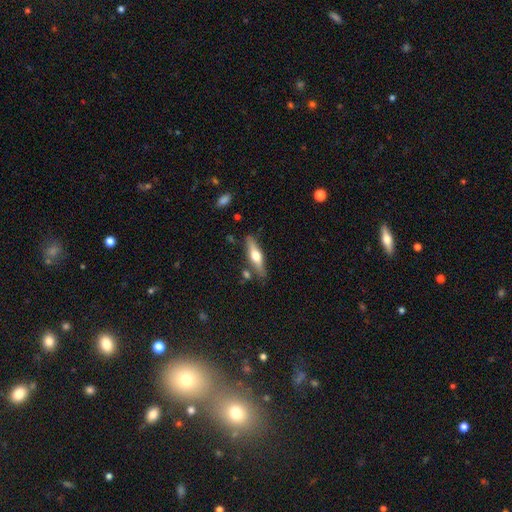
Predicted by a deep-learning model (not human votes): Overall: featured or disk (56%; smooth 39%). Edge-on disk: yes (93%). Edge-on bulge: rounded (94%). Merging: none (80%).